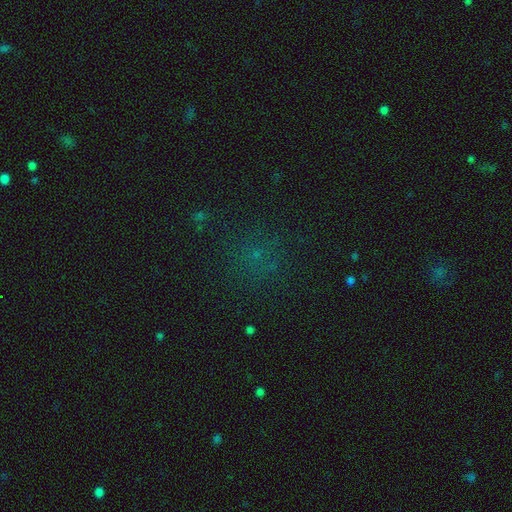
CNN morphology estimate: This is possibly a star or artifact rather than a galaxy (48%).